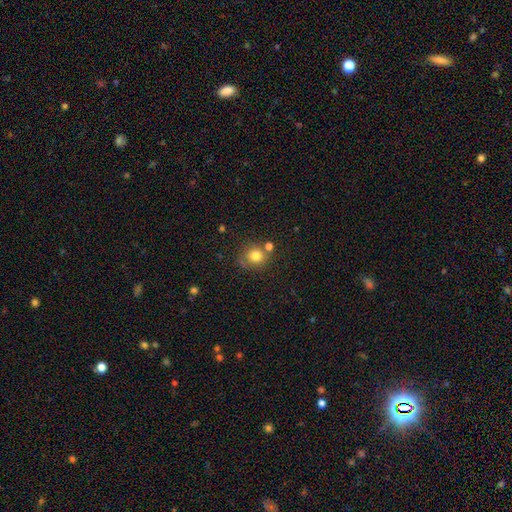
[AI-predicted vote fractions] Smooth or featured?
  - smooth: 79% *
  - star or artifact: 12%
  - featured or disk: 9%
How rounded?
  - round: 85% *
  - in between: 15%
  - cigar-shaped: 1%
Merging?
  - none: 66% *
  - merger: 15%
  - minor disturbance: 14%
  - major disturbance: 5%